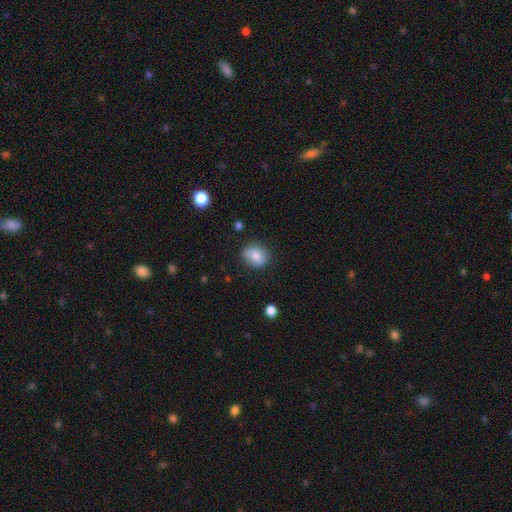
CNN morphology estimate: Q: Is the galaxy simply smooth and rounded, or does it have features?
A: smooth — 81%.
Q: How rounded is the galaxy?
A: round — 60%.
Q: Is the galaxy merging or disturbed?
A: none — 77%.